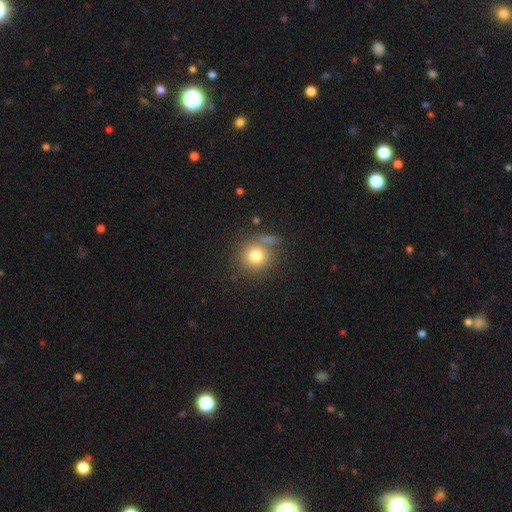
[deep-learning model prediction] A smooth galaxy with no disk features (79%) that is round (90%).

Vote fractions:
- Smooth or featured? smooth: 79% / star or artifact: 11% / featured or disk: 11%
- How rounded? round: 90% / in between: 9% / cigar-shaped: 1%
- Merging? none: 66% / minor disturbance: 14% / merger: 13% / major disturbance: 6%